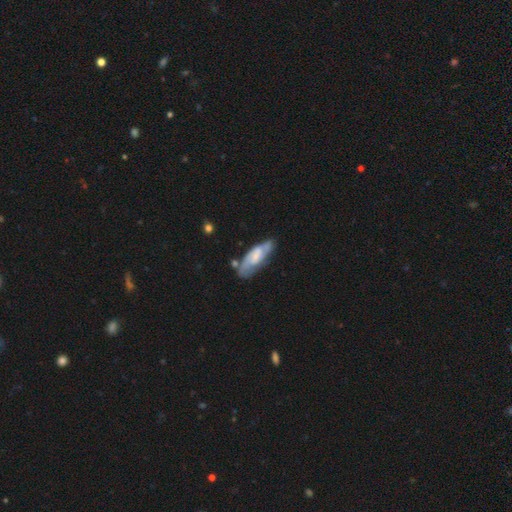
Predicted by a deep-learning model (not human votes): smooth_or_featured: featured or disk (p=0.59) [alt: smooth p=0.35]
disk_edge_on: no (p=0.81) [alt: yes p=0.19]
merging: none (p=0.58) [alt: minor disturbance p=0.25]